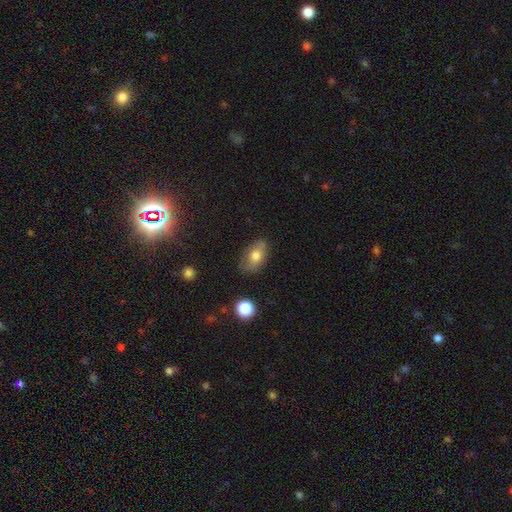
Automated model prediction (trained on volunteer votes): smooth 71%, featured or disk 21%, star or artifact 8%. Down the decision tree: how rounded — in between (87%); merging — none (72%).